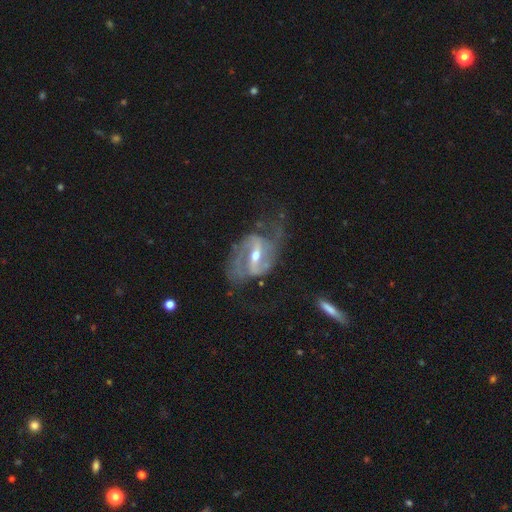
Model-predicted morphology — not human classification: A featured or disk galaxy (90%) with a strong bar (60%), 2 (88%) medium (48%) spiral arms (95%) and a moderate central bulge (63%).

Vote fractions:
- Smooth or featured? featured or disk: 90% / smooth: 5% / star or artifact: 5%
- Edge-on disk? no: 96% / yes: 4%
- Bar? strong: 60% / weak: 31% / no: 9%
- Spiral arms? yes: 95% / no: 5%
- Spiral winding? medium: 48% / loose: 34% / tight: 18%
- Spiral arm count? 2: 88% / can't tell: 4% / 3: 3% / 1: 3% / 4: 1% / more than 4: 1%
- Bulge size? moderate: 63% / small: 32% / large: 3% / none: 1% / dominant: 1%
- Merging? none: 58% / minor disturbance: 21% / major disturbance: 19% / merger: 2%